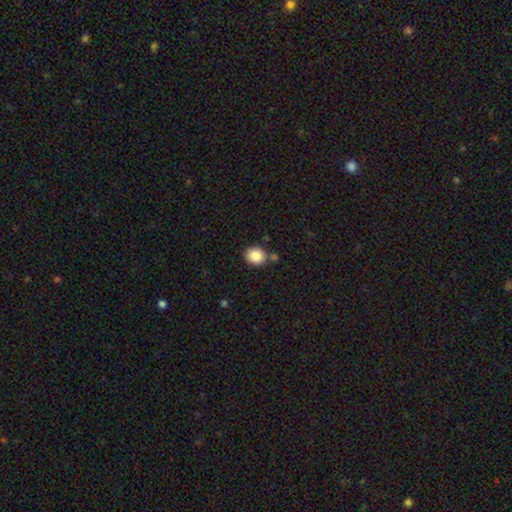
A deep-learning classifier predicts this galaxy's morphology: This appears to be a smooth galaxy with no disk features (86%) that is round (64%). Merging: none (80%).